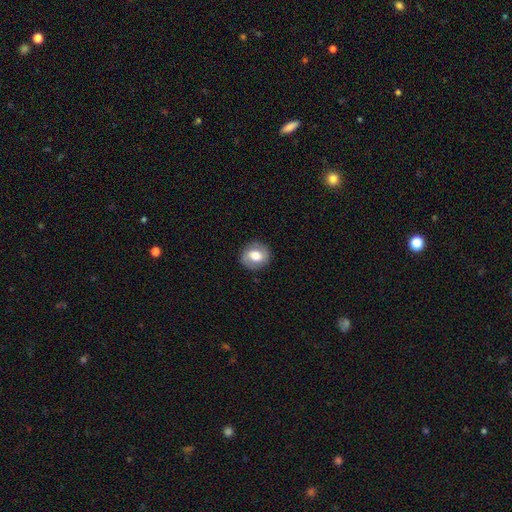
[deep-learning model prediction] Smooth or featured: smooth — 54% (featured or disk — 38%)
How rounded: round — 76% (in between — 23%)
Merging: none — 86% (minor disturbance — 10%)